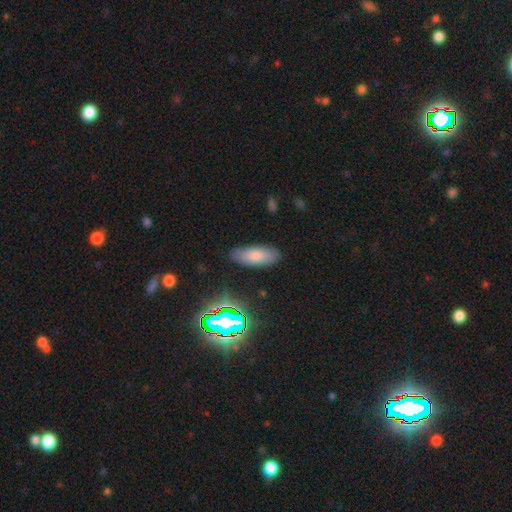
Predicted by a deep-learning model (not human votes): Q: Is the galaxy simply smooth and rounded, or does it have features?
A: smooth — 67%.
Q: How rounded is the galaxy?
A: in between — 79%.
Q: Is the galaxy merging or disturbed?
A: none — 83%.